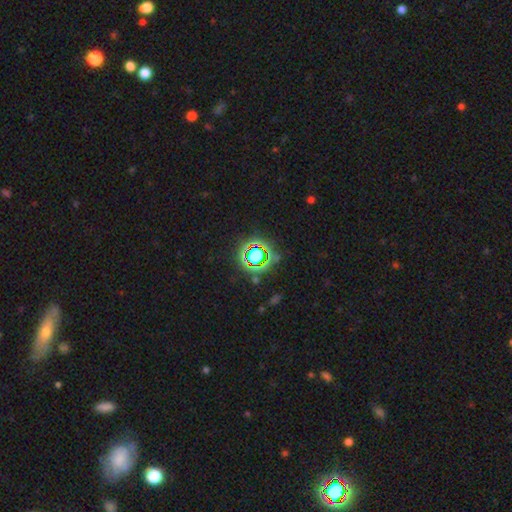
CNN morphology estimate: Q: Smooth or featured?
A: star or artifact (68%); runner-up: smooth (21%)